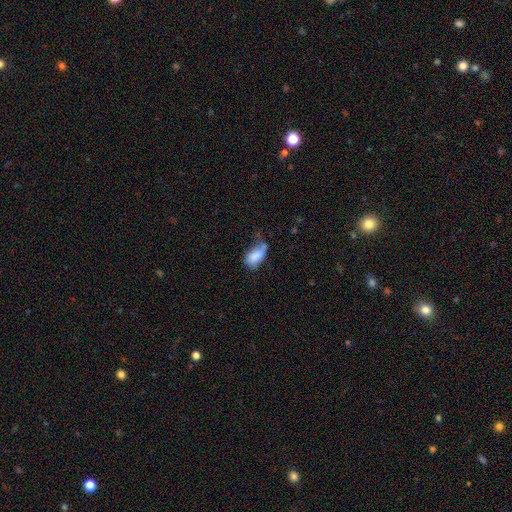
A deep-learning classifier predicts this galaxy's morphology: smooth-or-featured: smooth: 77% | featured or disk: 14% | star or artifact: 9%
  how-rounded: in between: 90% | round: 6% | cigar-shaped: 4%
  merging: minor disturbance: 35% | none: 29% | major disturbance: 26% | merger: 11%